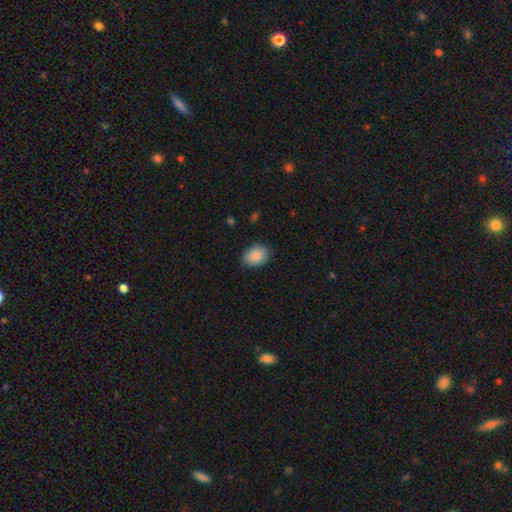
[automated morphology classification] Smooth or featured? Predicted: smooth (p=0.88). How rounded? Predicted: in between (p=0.75). Merging? Predicted: none (p=0.82).